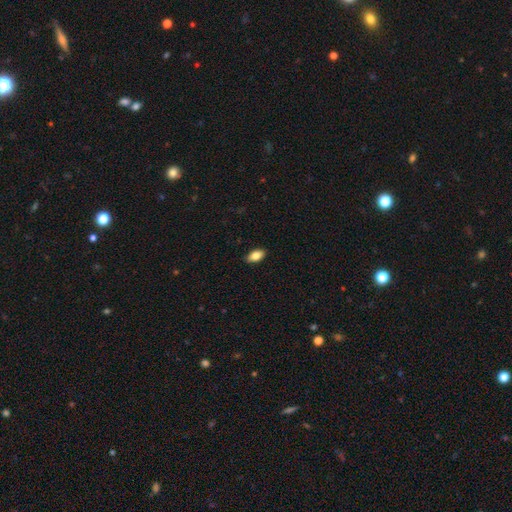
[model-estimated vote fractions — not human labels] Morphology: type=smooth (84%); roundness=in between (91%); merging=none (86%).